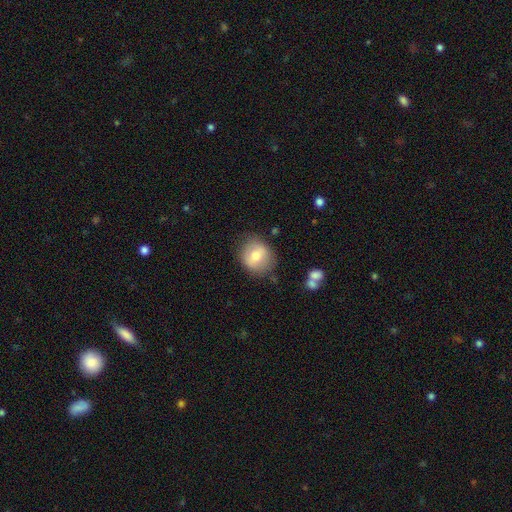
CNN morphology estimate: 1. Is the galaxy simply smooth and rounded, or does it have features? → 67% smooth, 25% featured or disk, 8% star or artifact.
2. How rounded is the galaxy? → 76% round, 23% in between, 1% cigar-shaped.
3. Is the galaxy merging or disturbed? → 77% none, 16% minor disturbance, 5% major disturbance, 2% merger.